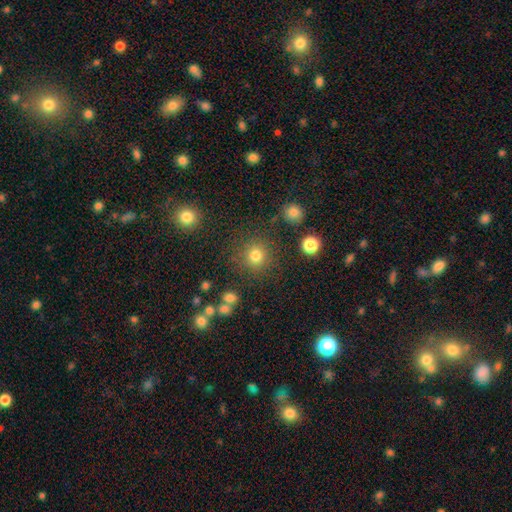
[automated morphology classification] Q: Smooth or featured?
A: smooth (79%); runner-up: star or artifact (15%)
Q: How rounded?
A: round (93%); runner-up: in between (6%)
Q: Merging?
A: none (85%); runner-up: minor disturbance (8%)